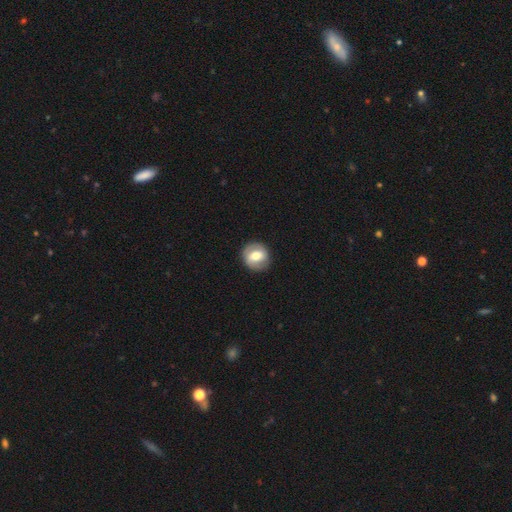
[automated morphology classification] This is possibly a smooth galaxy (51%). How rounded: clearly round (84%). Merging: clearly none (87%).